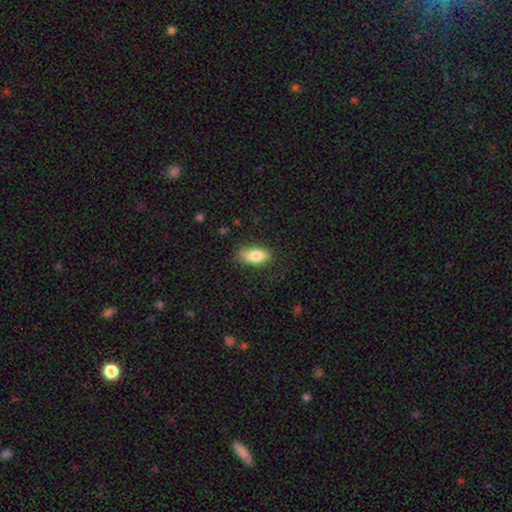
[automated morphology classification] Smooth or featured: smooth — 84% (featured or disk — 9%)
How rounded: in between — 89% (cigar-shaped — 8%)
Merging: none — 72% (minor disturbance — 21%)